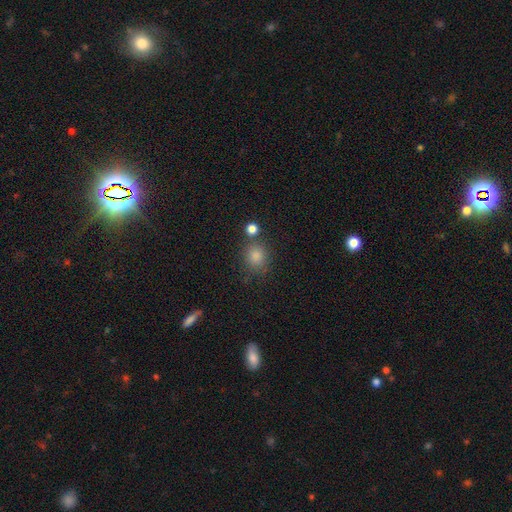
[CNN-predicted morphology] Smooth or featured: smooth — 79% (star or artifact — 15%)
How rounded: round — 79% (in between — 20%)
Merging: none — 75% (minor disturbance — 11%)